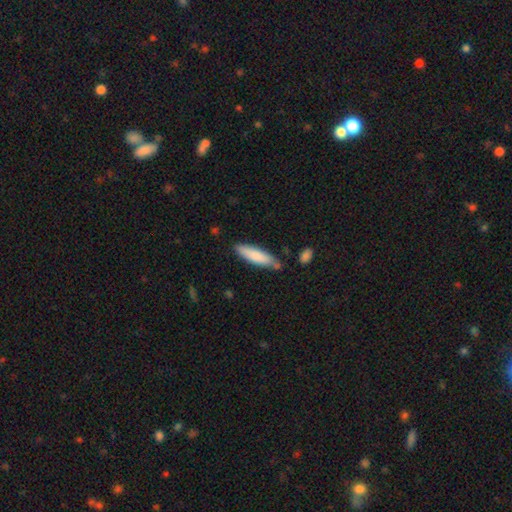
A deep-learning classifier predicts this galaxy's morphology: smooth_or_featured: smooth (p=0.80) [alt: featured or disk p=0.14]
how_rounded: cigar-shaped (p=0.69) [alt: in between p=0.29]
merging: none (p=0.74) [alt: minor disturbance p=0.17]